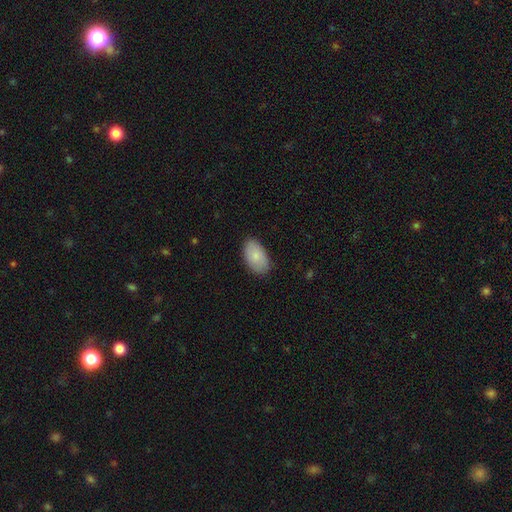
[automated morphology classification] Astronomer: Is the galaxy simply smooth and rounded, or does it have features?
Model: smooth — 84%.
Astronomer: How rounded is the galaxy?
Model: in between — 94%.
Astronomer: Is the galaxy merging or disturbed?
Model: none — 84%.